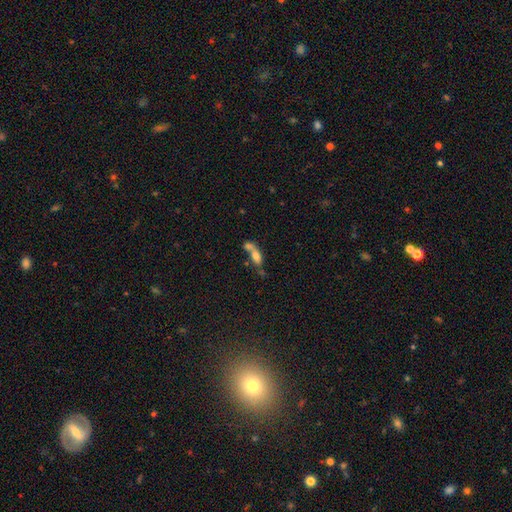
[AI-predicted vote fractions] Morphology: type=smooth (62%); roundness=in between (65%); merging=merger (57%).